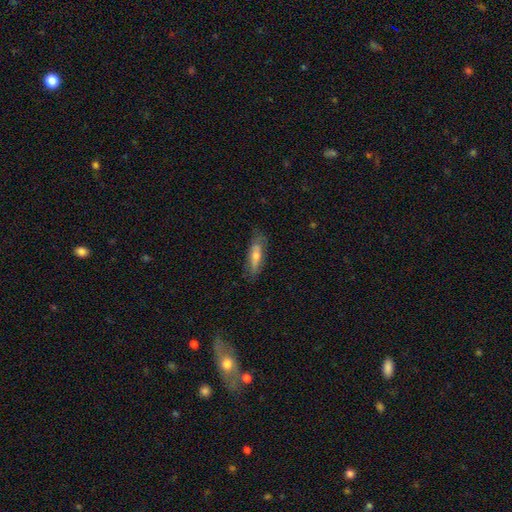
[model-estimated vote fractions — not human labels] Q: Smooth or featured?
A: smooth (55%); runner-up: featured or disk (38%)
Q: How rounded?
A: cigar-shaped (58%); runner-up: in between (39%)
Q: Merging?
A: none (76%); runner-up: minor disturbance (18%)